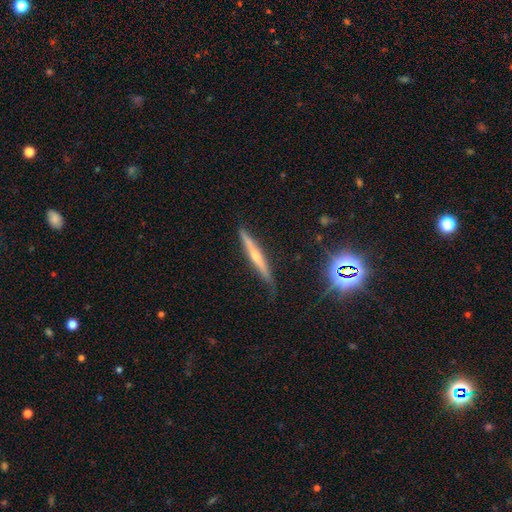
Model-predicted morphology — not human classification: Smooth or featured? Predicted: featured or disk (p=0.64). Edge-on disk? Predicted: yes (p=0.96). Edge-on bulge? Predicted: rounded (p=0.77). Merging? Predicted: none (p=0.81).